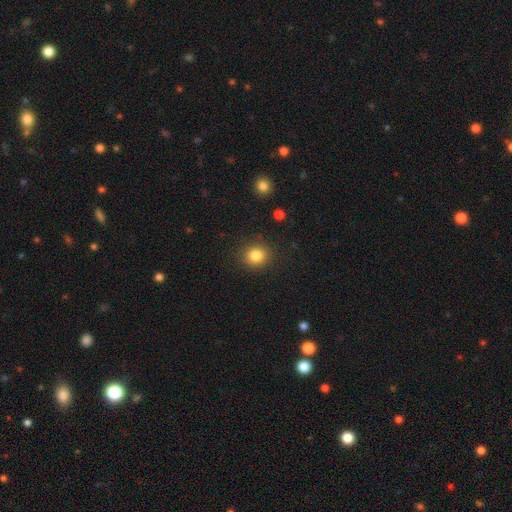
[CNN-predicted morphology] A smooth galaxy with no disk features (83%) that is round (83%).

Vote fractions:
- Smooth or featured? smooth: 83% / star or artifact: 11% / featured or disk: 6%
- How rounded? round: 83% / in between: 17% / cigar-shaped: 1%
- Merging? none: 89% / minor disturbance: 7% / major disturbance: 3% / merger: 1%